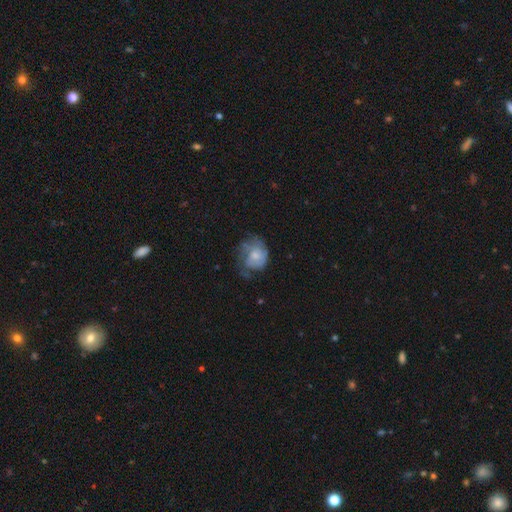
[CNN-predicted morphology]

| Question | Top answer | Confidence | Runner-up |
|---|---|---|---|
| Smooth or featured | featured or disk | 53% | smooth (39%) |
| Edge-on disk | no | 98% | yes (2%) |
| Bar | no | 68% | weak (28%) |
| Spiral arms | yes | 74% | no (26%) |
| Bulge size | small | 49% | moderate (33%) |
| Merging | none | 42% | minor disturbance (30%) |